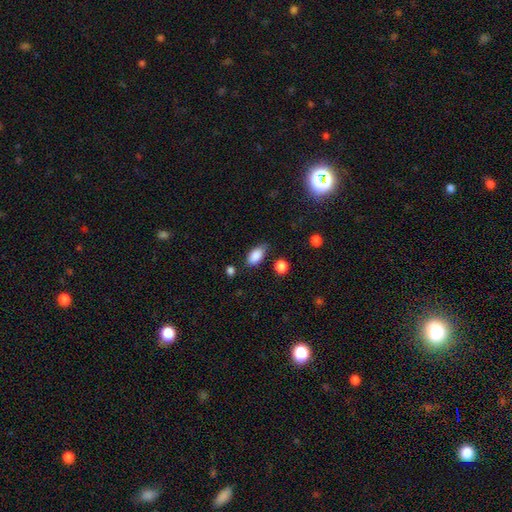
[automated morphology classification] type=smooth (86%); roundness=in between (91%); merging=none (68%).